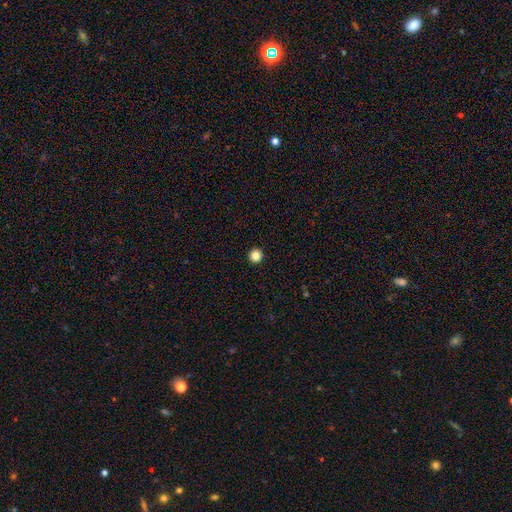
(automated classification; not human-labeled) Smooth or featured?
  - smooth: 85% *
  - star or artifact: 11%
  - featured or disk: 4%
How rounded?
  - round: 96% *
  - in between: 3%
  - cigar-shaped: 1%
Merging?
  - none: 94% *
  - minor disturbance: 3%
  - major disturbance: 1%
  - merger: 1%